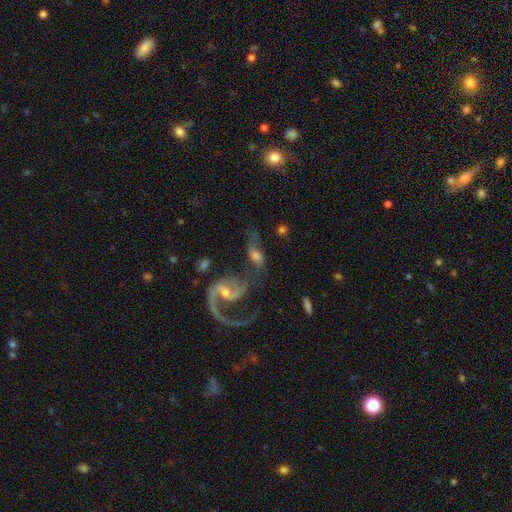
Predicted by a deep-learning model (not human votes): A featured or disk galaxy (62%) with no bar (46%), spiral arms (81%) and a moderate central bulge (46%).

Vote fractions:
- Smooth or featured? featured or disk: 62% / smooth: 27% / star or artifact: 10%
- Edge-on disk? no: 92% / yes: 8%
- Bar? no: 46% / weak: 41% / strong: 13%
- Spiral arms? yes: 81% / no: 19%
- Bulge size? moderate: 46% / small: 33% / large: 11% / none: 8% / dominant: 2%
- Merging? merger: 38% / none: 28% / major disturbance: 19% / minor disturbance: 15%